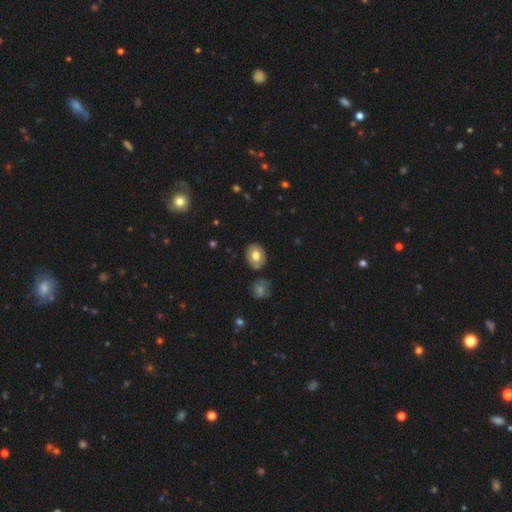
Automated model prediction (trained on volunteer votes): This is likely a smooth galaxy (72%). How rounded: possibly in between (53%). Merging: clearly none (82%).